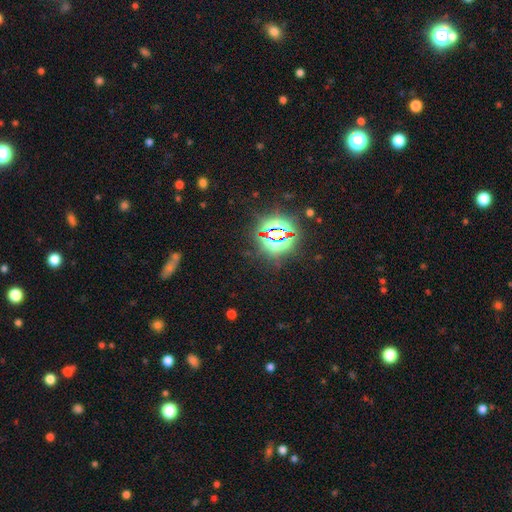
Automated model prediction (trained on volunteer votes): smooth_or_featured: star or artifact (p=0.82) [alt: smooth p=0.11]